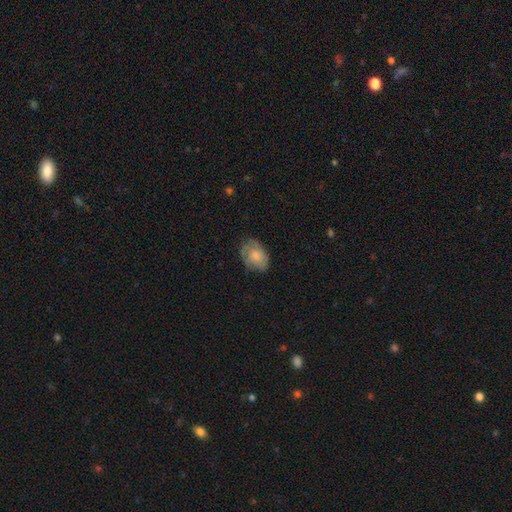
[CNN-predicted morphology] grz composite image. It shows a smooth galaxy with no disk features (65%) that is in between round and cigar-shaped (79%). Merging: none (65%).